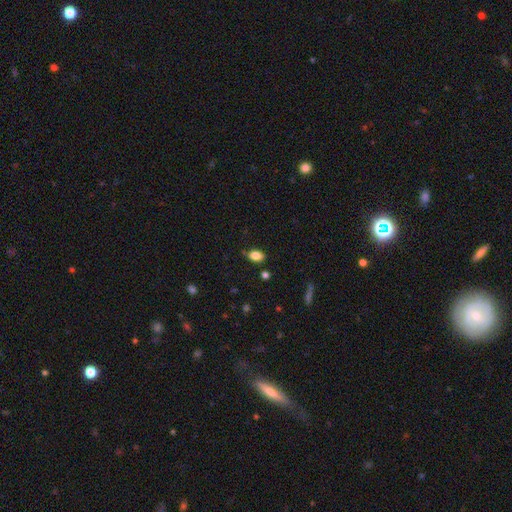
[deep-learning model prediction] A smooth galaxy with no disk features (84%) that is in between round and cigar-shaped (85%). Merging: none (79%).